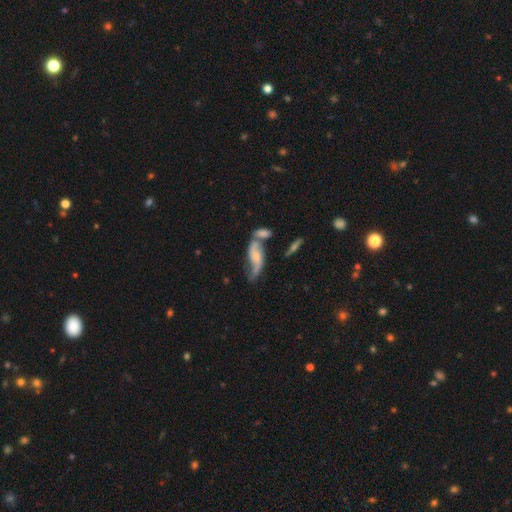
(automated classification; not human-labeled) smooth-or-featured: featured or disk: 71% | smooth: 22% | star or artifact: 7%
  disk-edge-on: no: 90% | yes: 10%
    bar: no: 59% | weak: 32% | strong: 9%
    has-spiral-arms: yes: 89% | no: 11%
      spiral-winding: loose: 79% | medium: 16% | tight: 5%
      spiral-arm-count: 2: 84% | 1: 8% | can't tell: 5% | 3: 1% | 4: 1% | more than 4: 1%
    bulge-size: small: 46% | moderate: 29% | none: 19% | large: 4% | dominant: 2%
  merging: none: 35% | merger: 33% | minor disturbance: 19% | major disturbance: 14%